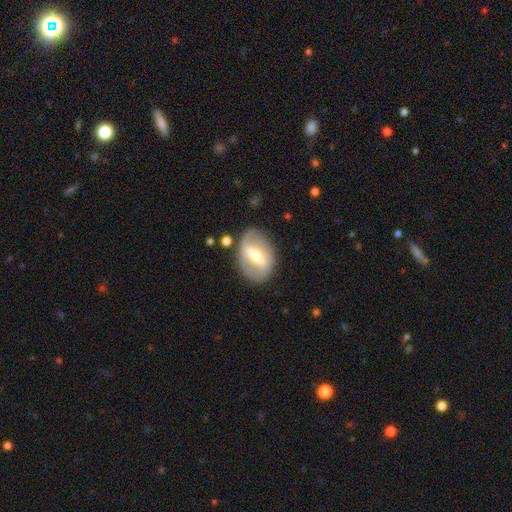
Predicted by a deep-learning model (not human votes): smooth_or_featured: featured or disk (p=0.67) [alt: smooth p=0.27]
disk_edge_on: no (p=0.89) [alt: yes p=0.11]
bar: strong (p=0.64) [alt: weak p=0.26]
has_spiral_arms: no (p=0.59) [alt: yes p=0.41]
bulge_size: moderate (p=0.61) [alt: small p=0.27]
merging: none (p=0.74) [alt: minor disturbance p=0.15]